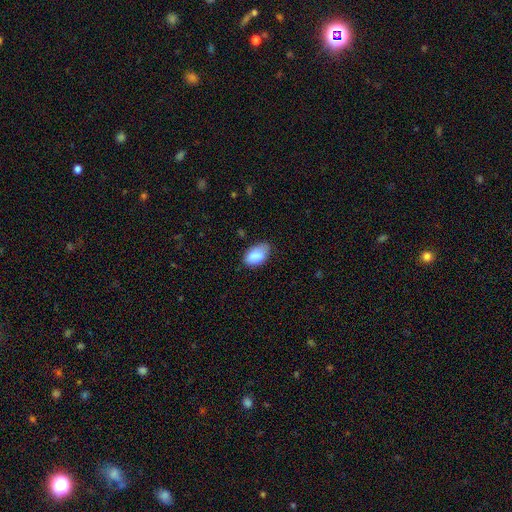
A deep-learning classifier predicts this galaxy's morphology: smooth-or-featured: smooth: 86% | star or artifact: 7% | featured or disk: 7%
  how-rounded: in between: 93% | round: 5% | cigar-shaped: 1%
  merging: none: 64% | minor disturbance: 29% | major disturbance: 5% | merger: 2%